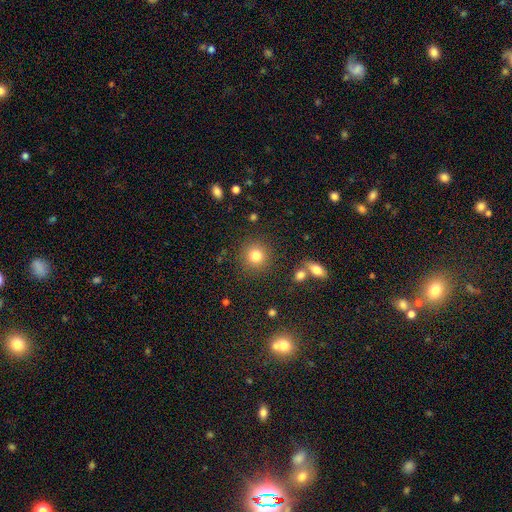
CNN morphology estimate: smooth_or_featured: smooth (p=0.81) [alt: star or artifact p=0.12]
how_rounded: round (p=0.92) [alt: in between p=0.07]
merging: none (p=0.87) [alt: minor disturbance p=0.07]